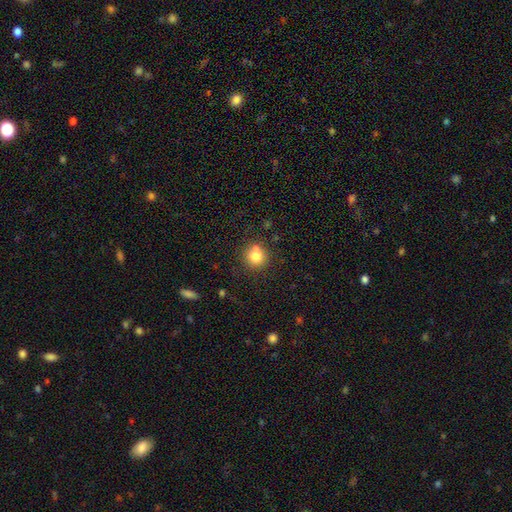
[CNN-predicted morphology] This is likely a smooth galaxy (78%). How rounded: clearly round (85%). Merging: likely none (63%).